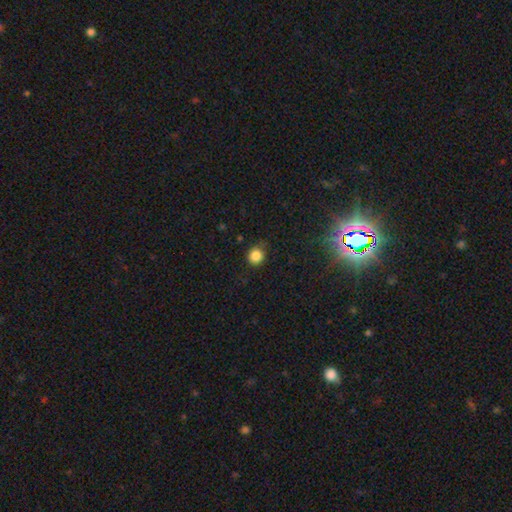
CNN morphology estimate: smooth 84%, star or artifact 12%, featured or disk 5%. Down the decision tree: how rounded — round (84%); merging — none (76%).